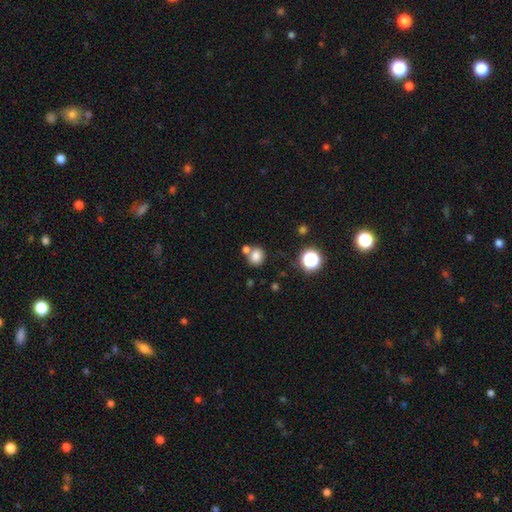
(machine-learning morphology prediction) Smooth or featured?
  - smooth: 80% *
  - star or artifact: 13%
  - featured or disk: 7%
How rounded?
  - round: 69% *
  - in between: 30%
  - cigar-shaped: 1%
Merging?
  - none: 57% *
  - merger: 28%
  - minor disturbance: 10%
  - major disturbance: 4%